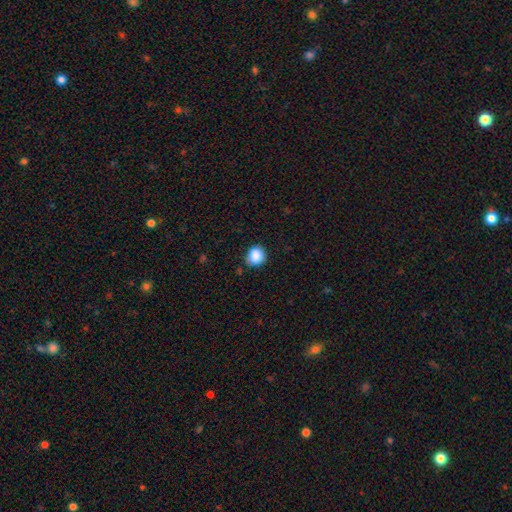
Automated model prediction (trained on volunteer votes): Smooth or featured: smooth — 87% (star or artifact — 9%)
How rounded: round — 81% (in between — 18%)
Merging: none — 77% (minor disturbance — 18%)